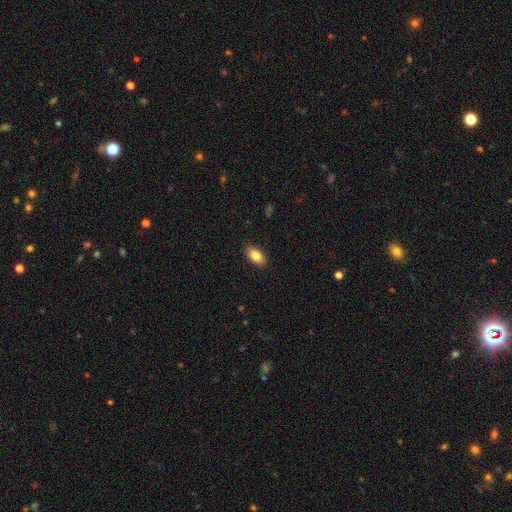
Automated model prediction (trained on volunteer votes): A smooth galaxy with no disk features (83%) that is in between round and cigar-shaped (91%). Merging: none (89%).